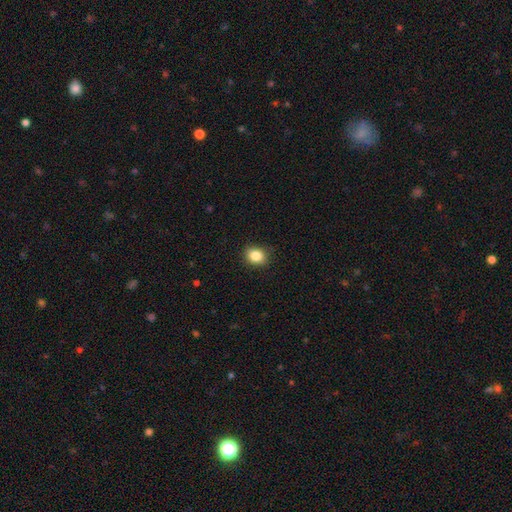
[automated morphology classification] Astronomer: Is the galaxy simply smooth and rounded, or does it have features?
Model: smooth — 86%.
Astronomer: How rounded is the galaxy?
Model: round — 59% (runner-up: in between, 40%).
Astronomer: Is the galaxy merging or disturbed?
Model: none — 86%.